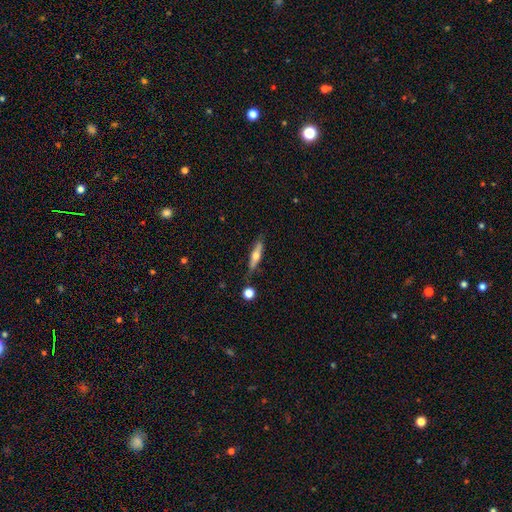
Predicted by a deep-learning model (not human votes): The model was most divided on "smooth or featured": featured or disk: 50%, smooth: 44%, star or artifact: 7%. More confident: merging — none (77%).